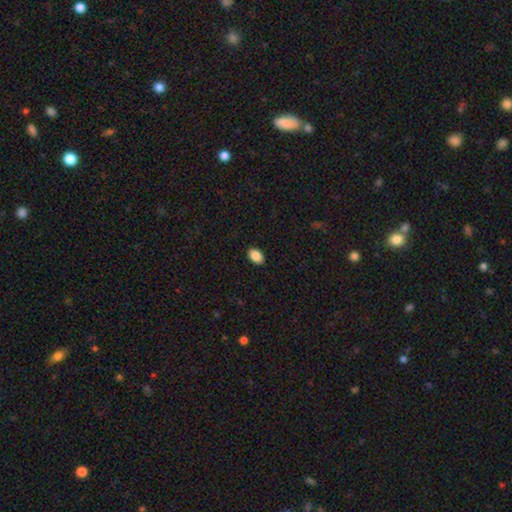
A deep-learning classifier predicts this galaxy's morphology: Smooth or featured? Predicted: smooth (p=0.88). How rounded? Predicted: in between (p=0.87). Merging? Predicted: none (p=0.90).